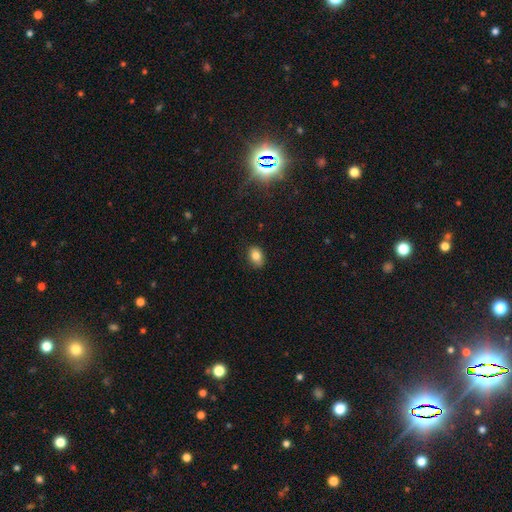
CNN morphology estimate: Q: Smooth or featured?
A: smooth (82%); runner-up: star or artifact (10%)
Q: How rounded?
A: in between (81%); runner-up: round (18%)
Q: Merging?
A: none (85%); runner-up: minor disturbance (11%)